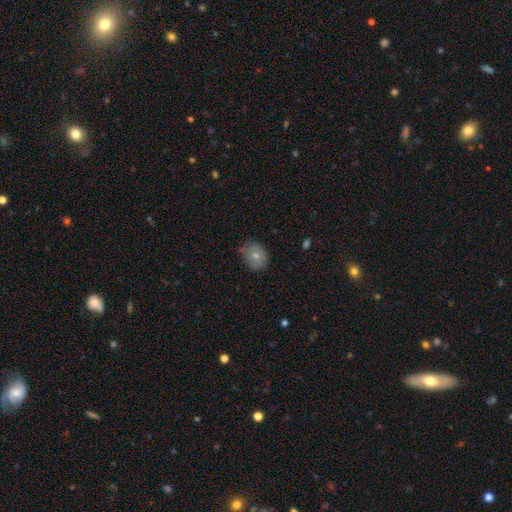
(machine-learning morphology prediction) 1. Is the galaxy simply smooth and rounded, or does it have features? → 73% smooth, 18% featured or disk, 9% star or artifact.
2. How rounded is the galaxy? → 54% round, 45% in between, 1% cigar-shaped.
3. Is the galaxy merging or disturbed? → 71% none, 23% minor disturbance, 4% major disturbance, 2% merger.